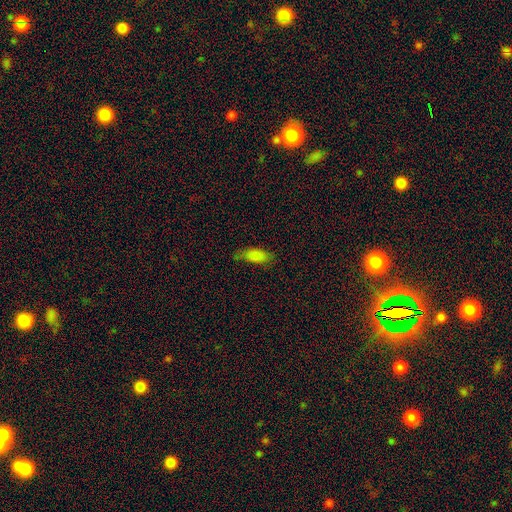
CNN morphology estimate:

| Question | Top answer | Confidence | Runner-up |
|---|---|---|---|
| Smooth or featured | smooth | 84% | star or artifact (9%) |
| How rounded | in between | 85% | cigar-shaped (13%) |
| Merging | none | 62% | minor disturbance (29%) |